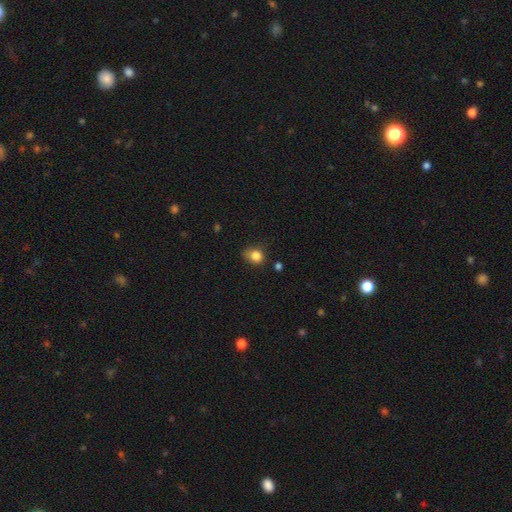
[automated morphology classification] smooth 83%, star or artifact 11%, featured or disk 6%. Down the decision tree: how rounded — round (59%); merging — none (55%).